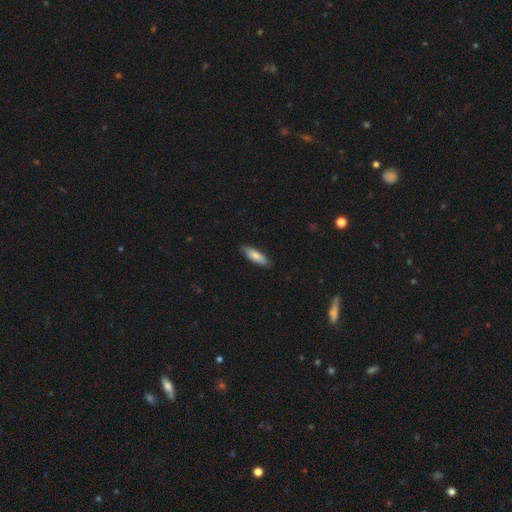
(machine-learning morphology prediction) smooth-or-featured: smooth: 80% | featured or disk: 15% | star or artifact: 6%
  how-rounded: cigar-shaped: 50% | in between: 49% | round: 2%
  merging: none: 85% | minor disturbance: 12% | major disturbance: 2% | merger: 1%